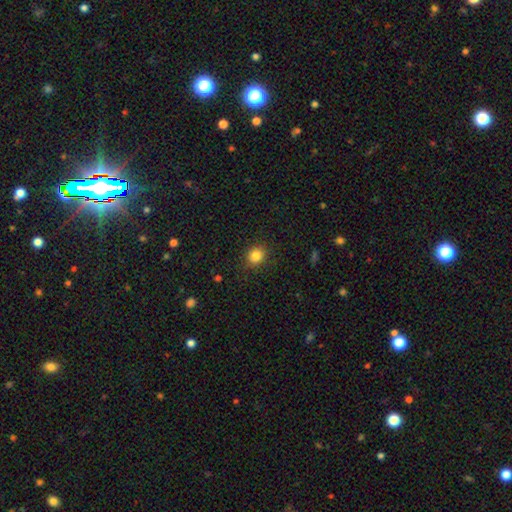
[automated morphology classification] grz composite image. It shows a smooth galaxy with no disk features (84%) that is round (79%). Merging: none (88%).